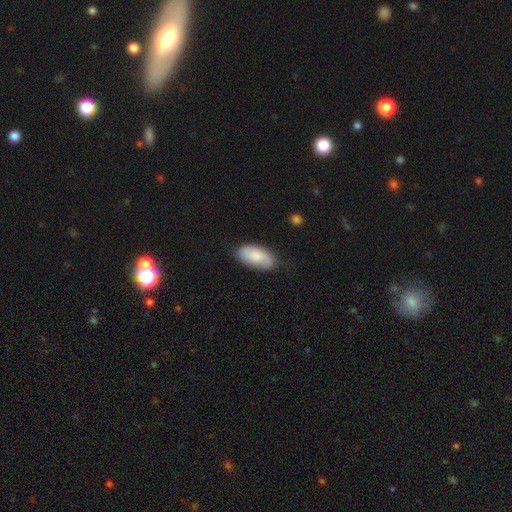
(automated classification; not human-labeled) Morphology: type=smooth (78%); roundness=in between (94%); merging=none (75%).